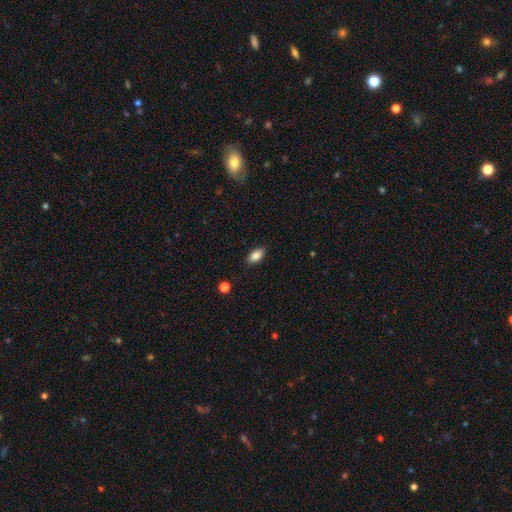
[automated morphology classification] A smooth galaxy with no disk features (86%) that is in between round and cigar-shaped (91%).

Vote fractions:
- Smooth or featured? smooth: 86% / star or artifact: 8% / featured or disk: 6%
- How rounded? in between: 91% / round: 5% / cigar-shaped: 3%
- Merging? none: 87% / minor disturbance: 10% / major disturbance: 2% / merger: 1%